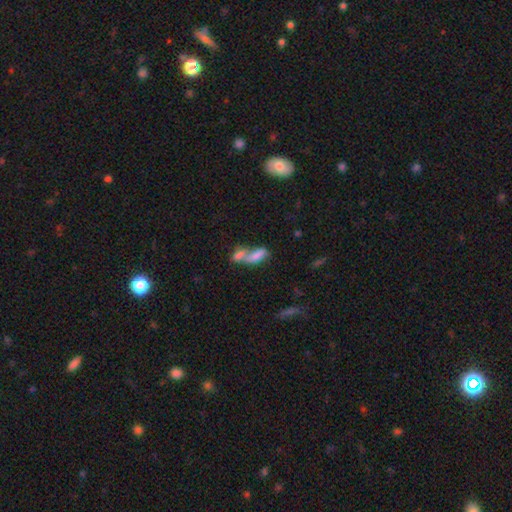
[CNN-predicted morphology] This is likely a smooth galaxy (68%). How rounded: likely in between (75%). Merging: likely merger (73%).